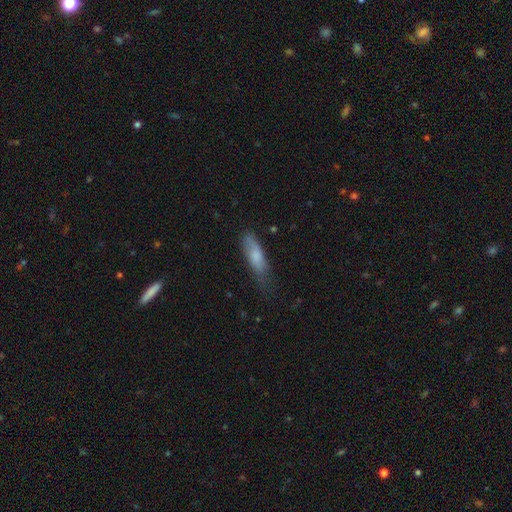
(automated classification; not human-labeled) Smooth or featured? Predicted: smooth (p=0.76). How rounded? Predicted: cigar-shaped (p=0.53). Merging? Predicted: none (p=0.56).